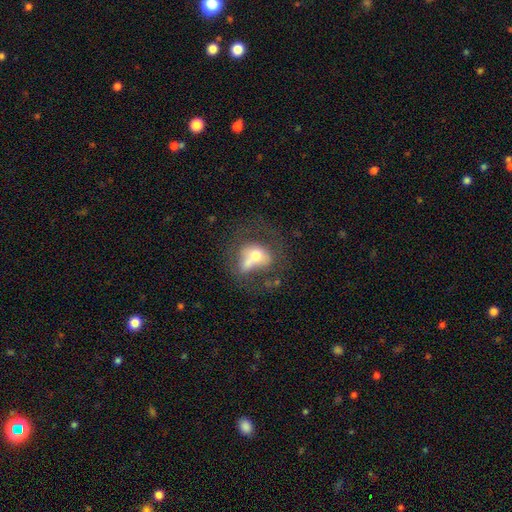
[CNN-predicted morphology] smooth 53%, featured or disk 37%, star or artifact 10%. Down the decision tree: how rounded — in between (54%); merging — none (32%).